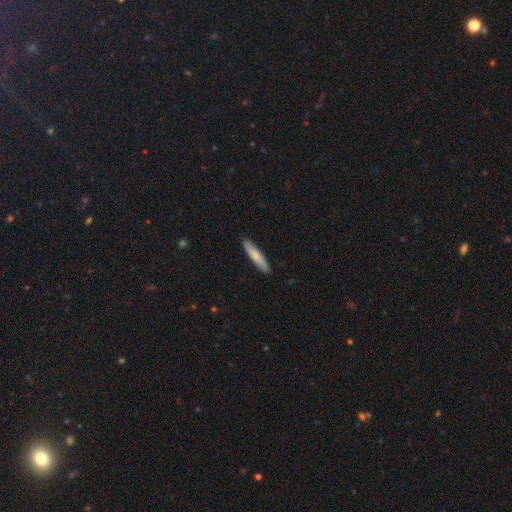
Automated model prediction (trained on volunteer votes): smooth-or-featured: smooth: 74% | featured or disk: 21% | star or artifact: 5%
  how-rounded: cigar-shaped: 84% | in between: 14% | round: 1%
  merging: none: 89% | minor disturbance: 9% | major disturbance: 1% | merger: 1%